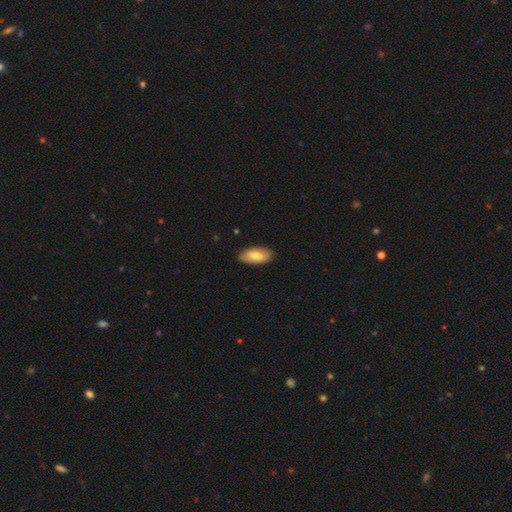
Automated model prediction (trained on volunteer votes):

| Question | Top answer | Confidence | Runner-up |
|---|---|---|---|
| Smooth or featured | smooth | 76% | featured or disk (19%) |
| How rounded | in between | 90% | cigar-shaped (7%) |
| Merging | none | 87% | minor disturbance (10%) |